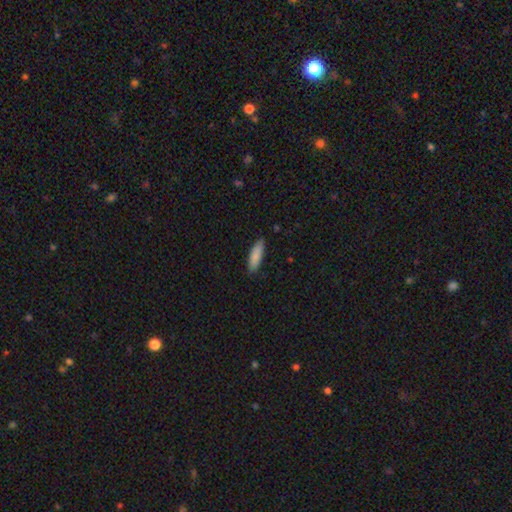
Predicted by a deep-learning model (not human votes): Overall: smooth (88%). How rounded: cigar-shaped (54%; in between 45%). Merging: none (86%).